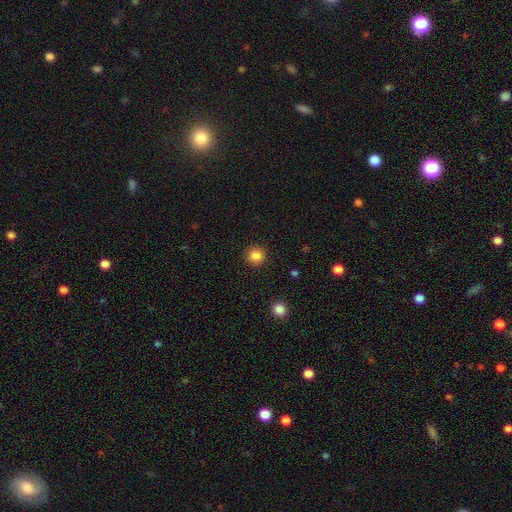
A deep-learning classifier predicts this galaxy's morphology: A smooth galaxy with no disk features (84%) that is round (94%).

Vote fractions:
- Smooth or featured? smooth: 84% / star or artifact: 12% / featured or disk: 4%
- How rounded? round: 94% / in between: 5% / cigar-shaped: 1%
- Merging? none: 92% / minor disturbance: 5% / major disturbance: 2% / merger: 1%